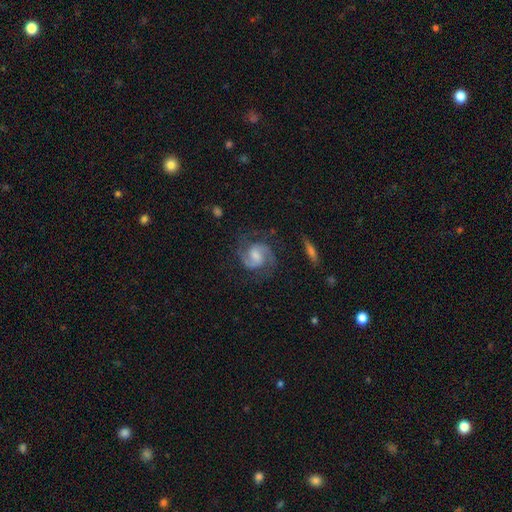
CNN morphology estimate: Smooth or featured: featured or disk — 87% (smooth — 7%)
Edge-on disk: no — 98% (yes — 2%)
Bar: weak — 54% (no — 30%)
Spiral arms: yes — 98% (no — 2%)
Spiral winding: medium — 59% (tight — 24%)
Spiral arm count: 2 — 92% (can't tell — 3%)
Bulge size: moderate — 38% (small — 31%)
Merging: none — 75% (minor disturbance — 15%)